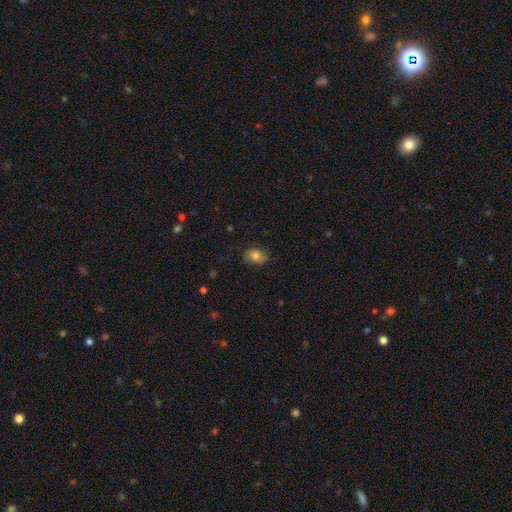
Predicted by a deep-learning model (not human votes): smooth 79%, featured or disk 12%, star or artifact 10%. Down the decision tree: how rounded — in between (70%); merging — none (73%).